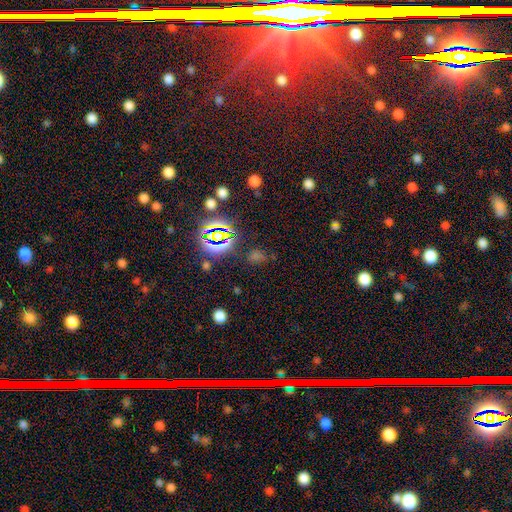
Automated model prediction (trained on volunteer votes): smooth_or_featured: star or artifact (p=0.59) [alt: smooth p=0.34]